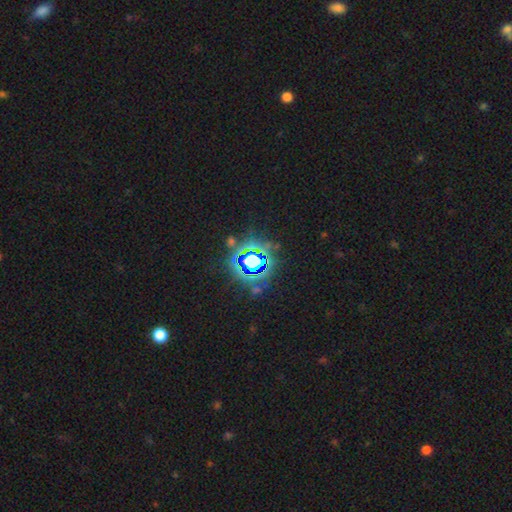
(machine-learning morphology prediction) This is likely a star or artifact rather than a galaxy (79%).